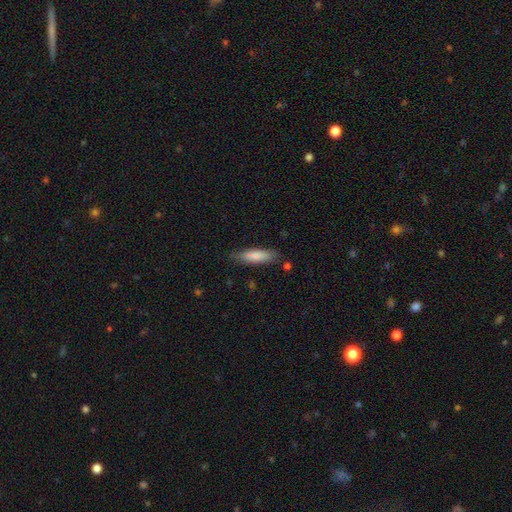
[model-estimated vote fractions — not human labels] Overall: smooth (74%). How rounded: cigar-shaped (59%; in between 39%). Merging: none (79%).